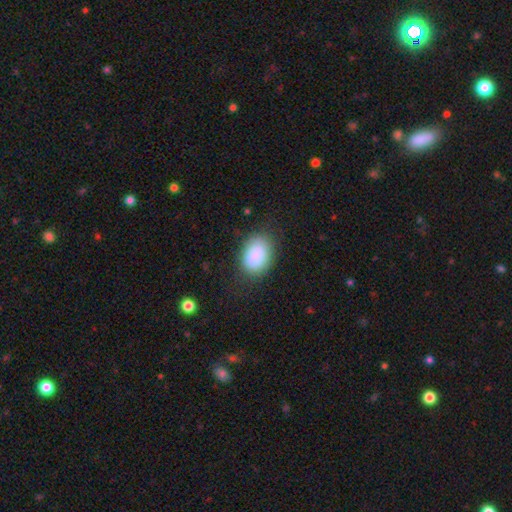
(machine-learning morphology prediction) Smooth or featured: smooth — 88% (star or artifact — 7%)
How rounded: in between — 83% (round — 15%)
Merging: none — 78% (minor disturbance — 15%)